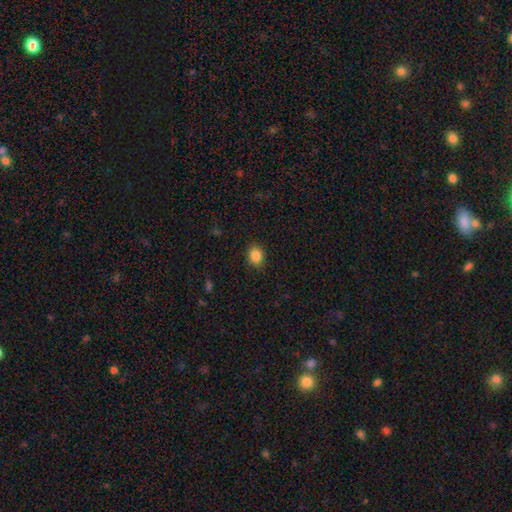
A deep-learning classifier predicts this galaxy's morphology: Smooth or featured? Predicted: smooth (p=0.86). How rounded? Predicted: in between (p=0.53). Merging? Predicted: none (p=0.88).